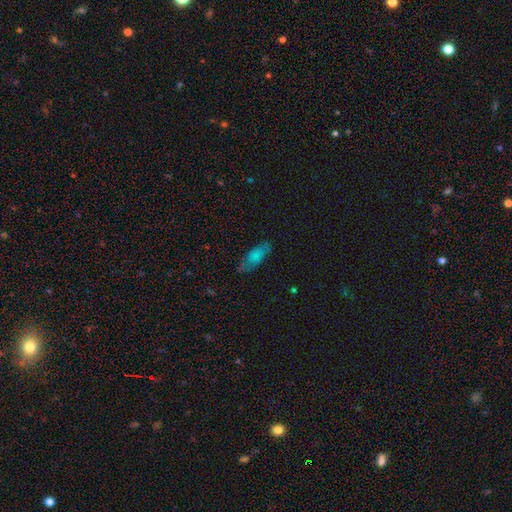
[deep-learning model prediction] Smooth or featured? Predicted: smooth (p=0.63). How rounded? Predicted: in between (p=0.64). Merging? Predicted: none (p=0.74).